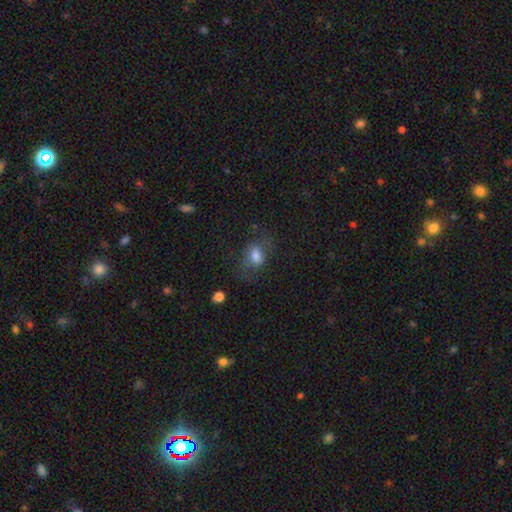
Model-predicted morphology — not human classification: Q: Smooth or featured?
A: smooth (71%); runner-up: featured or disk (19%)
Q: How rounded?
A: in between (72%); runner-up: round (26%)
Q: Merging?
A: none (55%); runner-up: minor disturbance (24%)